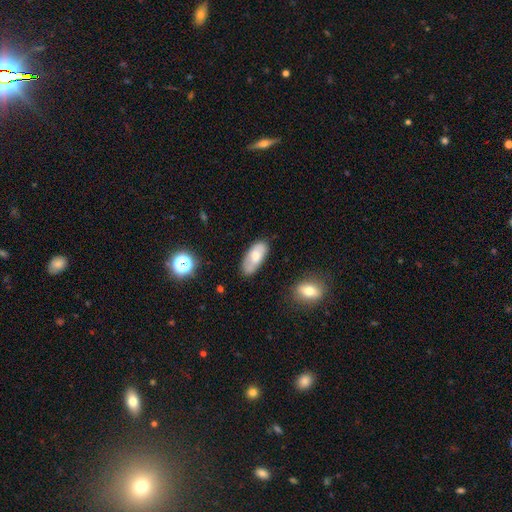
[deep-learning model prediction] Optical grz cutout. It shows a smooth galaxy with no disk features (68%) that is in between round and cigar-shaped (89%). Merging: none (74%).